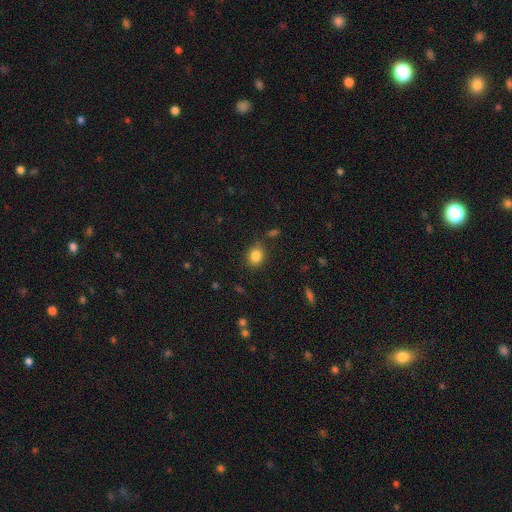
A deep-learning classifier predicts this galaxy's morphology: A smooth galaxy with no disk features (84%) that is round (58%). Merging: none (80%).